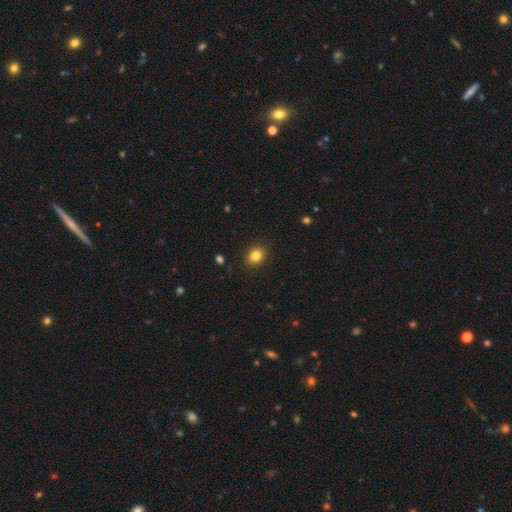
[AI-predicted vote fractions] The model was most divided on "how rounded": round: 59%, in between: 40%, cigar-shaped: 1%. More confident: merging — none (90%); smooth or featured — smooth (83%).